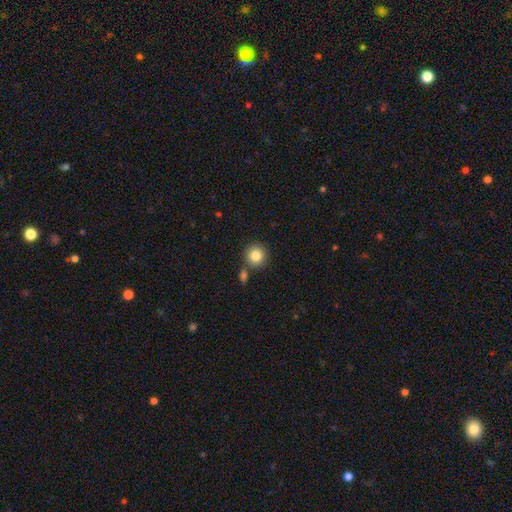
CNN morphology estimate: Smooth or featured? Predicted: smooth (p=0.84). How rounded? Predicted: round (p=0.93). Merging? Predicted: none (p=0.75).